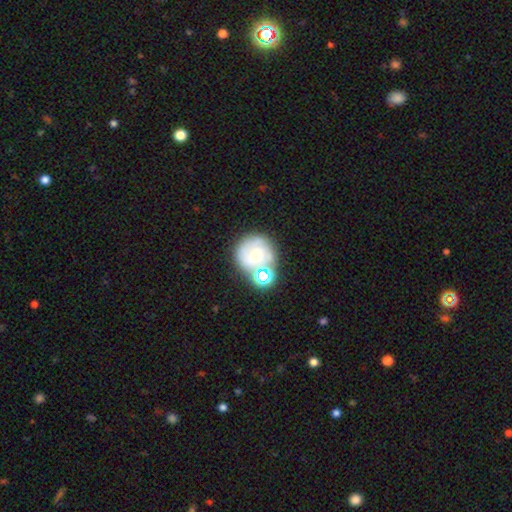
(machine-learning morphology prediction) This appears to be a featured or disk galaxy (47%). Merging: none (48%).